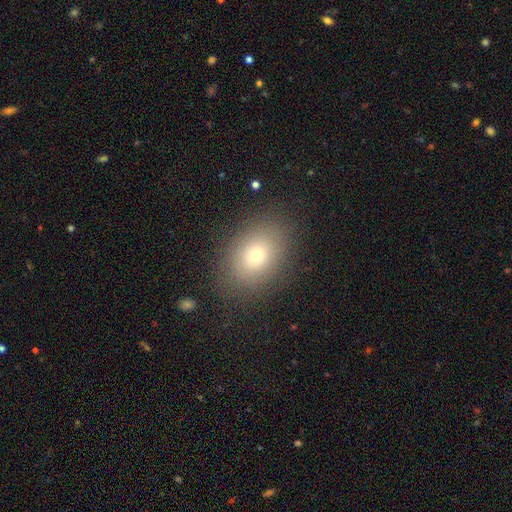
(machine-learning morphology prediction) A smooth galaxy with no disk features (69%) that is in between round and cigar-shaped (65%).

Vote fractions:
- Smooth or featured? smooth: 69% / featured or disk: 16% / star or artifact: 15%
- How rounded? in between: 65% / round: 33% / cigar-shaped: 1%
- Merging? none: 84% / minor disturbance: 10% / major disturbance: 5% / merger: 1%